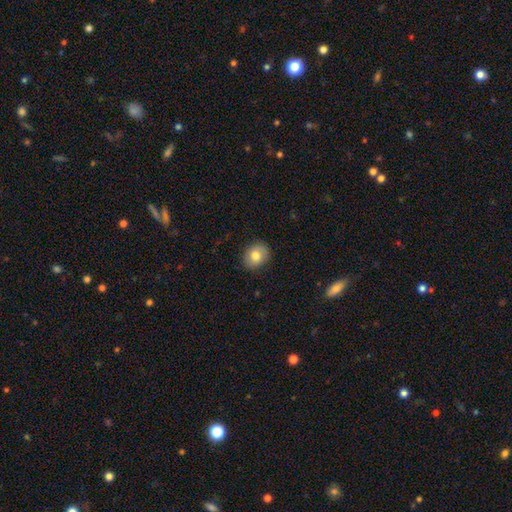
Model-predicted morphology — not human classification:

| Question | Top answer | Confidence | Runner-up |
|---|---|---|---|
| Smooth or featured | smooth | 79% | featured or disk (13%) |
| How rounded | in between | 54% | round (45%) |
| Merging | none | 87% | minor disturbance (9%) |